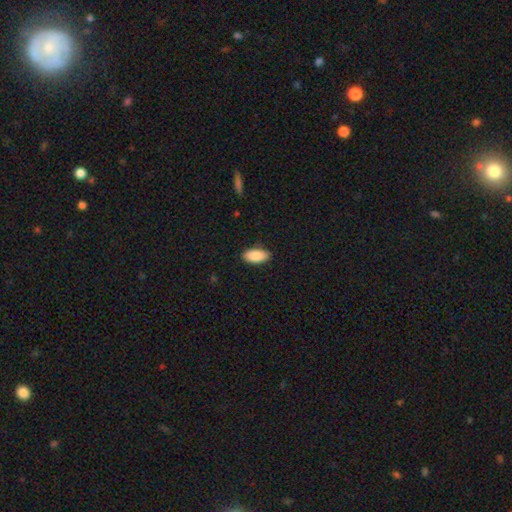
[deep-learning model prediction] smooth_or_featured: smooth (p=0.88) [alt: star or artifact p=0.06]
how_rounded: in between (p=0.92) [alt: cigar-shaped p=0.06]
merging: none (p=0.88) [alt: minor disturbance p=0.09]